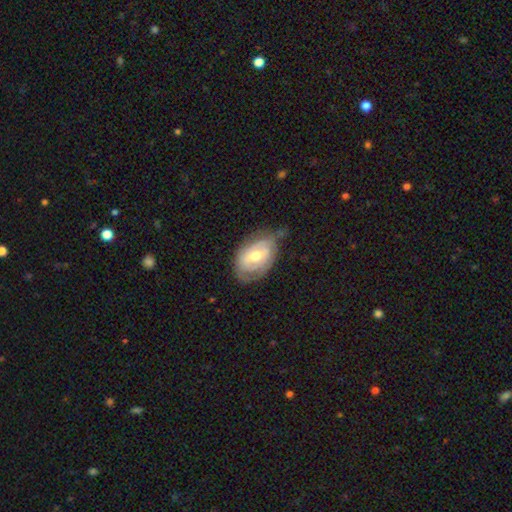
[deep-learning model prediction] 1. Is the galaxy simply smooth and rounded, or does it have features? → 56% featured or disk, 38% smooth, 6% star or artifact.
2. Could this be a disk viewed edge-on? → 93% no, 7% yes.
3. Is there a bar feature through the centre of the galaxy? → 53% no, 36% weak, 12% strong.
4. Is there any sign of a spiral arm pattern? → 53% yes, 47% no.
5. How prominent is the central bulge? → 70% moderate, 21% small, 6% large, 1% none, 1% dominant.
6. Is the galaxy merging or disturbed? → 56% none, 32% minor disturbance, 10% major disturbance, 2% merger.